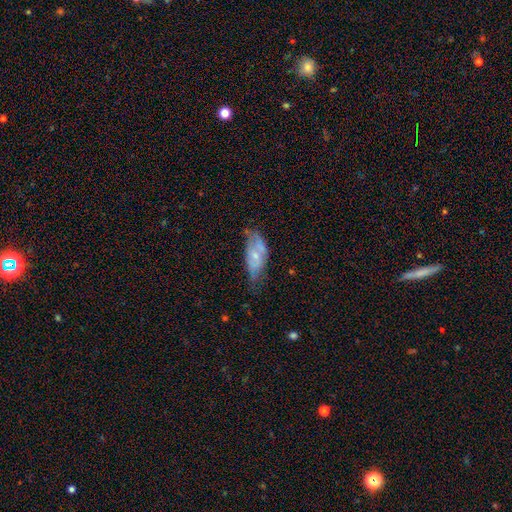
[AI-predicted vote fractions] Q: Smooth or featured?
A: smooth (47%); runner-up: featured or disk (45%)
Q: Merging?
A: none (38%); runner-up: minor disturbance (37%)